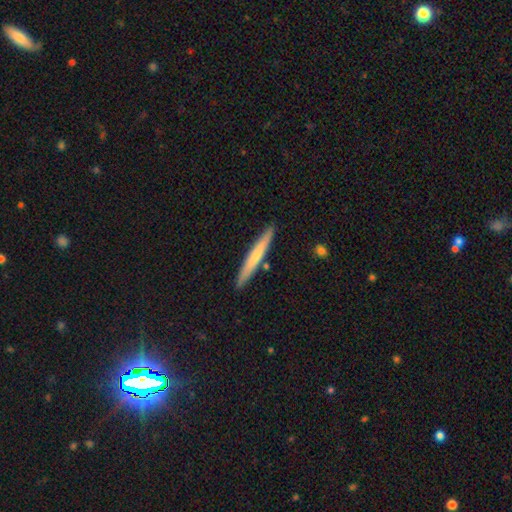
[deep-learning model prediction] Smooth or featured?
  - smooth: 64% *
  - featured or disk: 31%
  - star or artifact: 5%
How rounded?
  - cigar-shaped: 96% *
  - in between: 3%
  - round: 1%
Merging?
  - none: 88% *
  - minor disturbance: 8%
  - merger: 3%
  - major disturbance: 1%